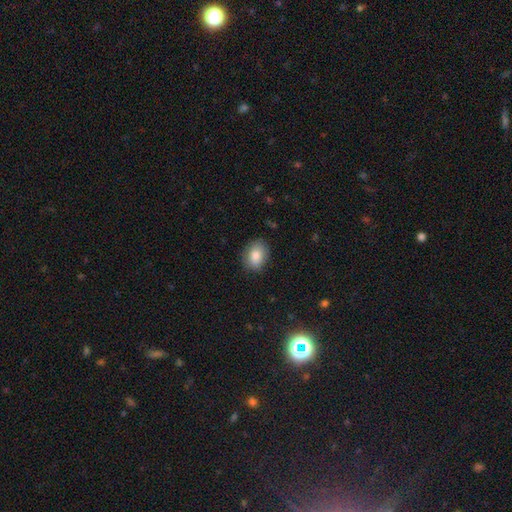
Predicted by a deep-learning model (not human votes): Morphology: type=smooth (85%); roundness=in between (70%); merging=none (82%).